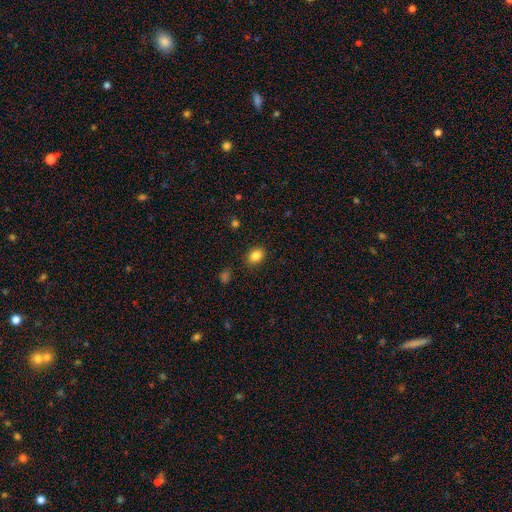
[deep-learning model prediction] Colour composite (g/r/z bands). It shows a smooth galaxy with no disk features (85%) that is in between round and cigar-shaped (71%). Merging: none (86%).